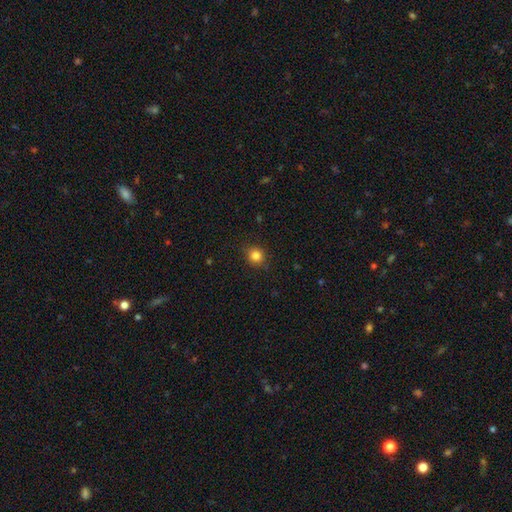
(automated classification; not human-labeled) Q: Smooth or featured?
A: smooth (83%); runner-up: star or artifact (12%)
Q: How rounded?
A: round (84%); runner-up: in between (15%)
Q: Merging?
A: none (86%); runner-up: minor disturbance (10%)